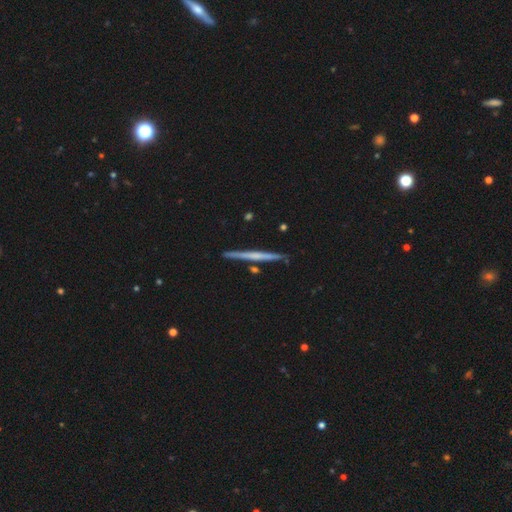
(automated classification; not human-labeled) smooth-or-featured: featured or disk: 58% | smooth: 37% | star or artifact: 5%
  disk-edge-on: yes: 98% | no: 2%
    edge-on-bulge: none: 76% | rounded: 17% | boxy: 7%
  merging: none: 89% | minor disturbance: 8% | merger: 2% | major disturbance: 1%